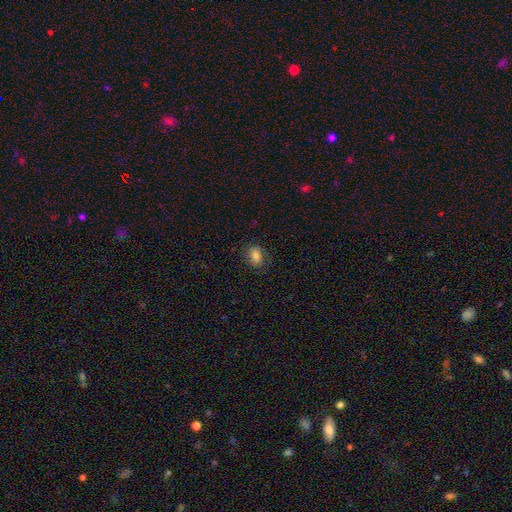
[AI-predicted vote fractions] Smooth or featured? Predicted: smooth (p=0.81). How rounded? Predicted: in between (p=0.61). Merging? Predicted: none (p=0.80).